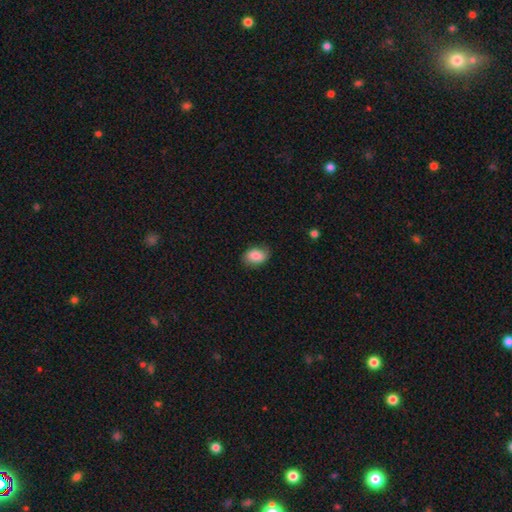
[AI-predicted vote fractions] This is clearly a smooth galaxy (84%). How rounded: clearly in between (80%). Merging: likely none (80%).